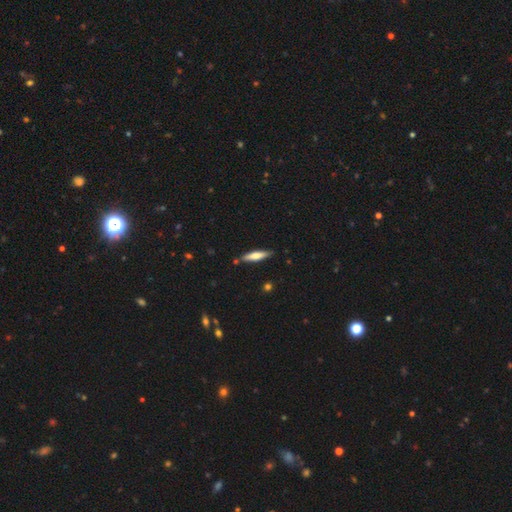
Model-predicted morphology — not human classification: This appears to be a smooth galaxy with no disk features (58%) that is cigar-shaped (79%). Merging: none (84%).